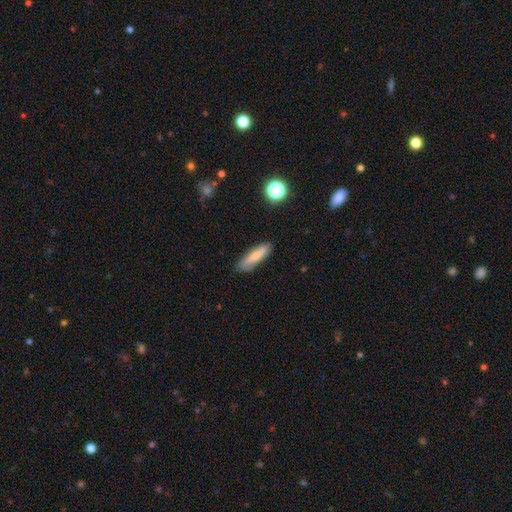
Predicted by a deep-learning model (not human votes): smooth_or_featured: smooth (p=0.70) [alt: featured or disk p=0.22]
how_rounded: cigar-shaped (p=0.67) [alt: in between p=0.30]
merging: none (p=0.81) [alt: minor disturbance p=0.14]